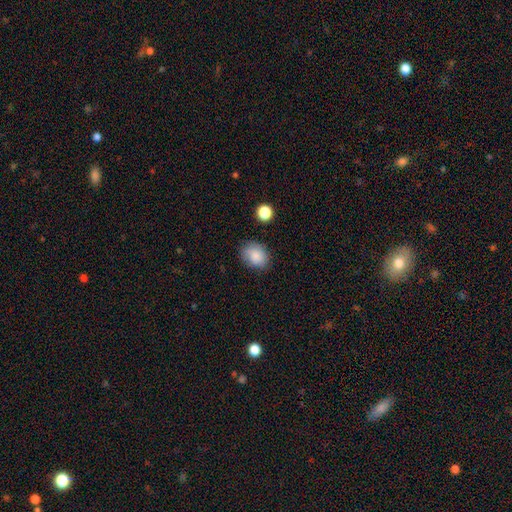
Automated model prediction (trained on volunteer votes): The model was most divided on "how rounded": in between: 58%, round: 41%, cigar-shaped: 1%. More confident: smooth or featured — smooth (84%); merging — none (75%).